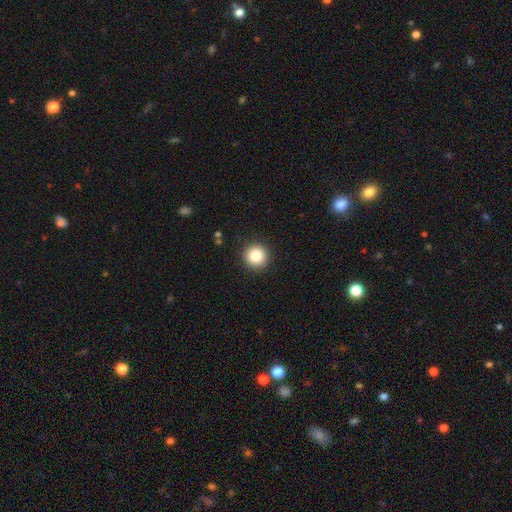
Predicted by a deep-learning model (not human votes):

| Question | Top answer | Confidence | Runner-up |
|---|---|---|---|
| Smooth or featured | smooth | 85% | star or artifact (9%) |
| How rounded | round | 95% | in between (4%) |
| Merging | none | 92% | minor disturbance (5%) |